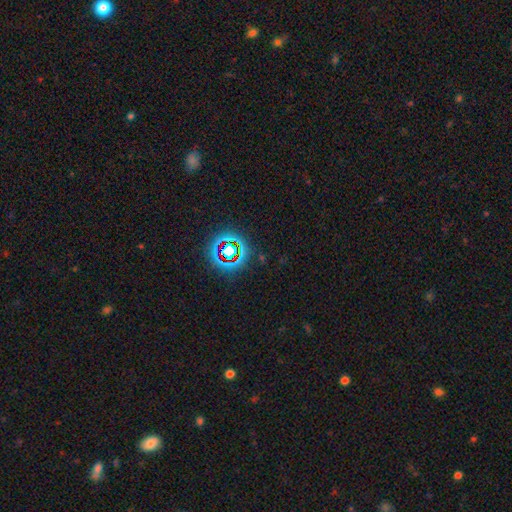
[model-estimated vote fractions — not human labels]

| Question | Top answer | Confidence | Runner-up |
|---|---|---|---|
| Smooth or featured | star or artifact | 70% | smooth (16%) |